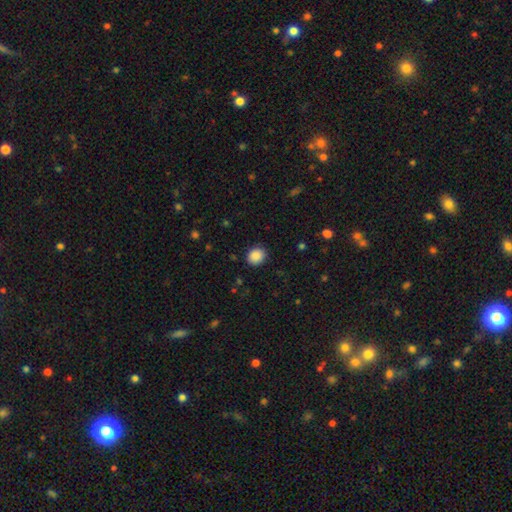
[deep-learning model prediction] Smooth or featured?
  - smooth: 88% *
  - star or artifact: 9%
  - featured or disk: 3%
How rounded?
  - round: 65% *
  - in between: 34%
  - cigar-shaped: 1%
Merging?
  - none: 88% *
  - minor disturbance: 8%
  - major disturbance: 2%
  - merger: 1%